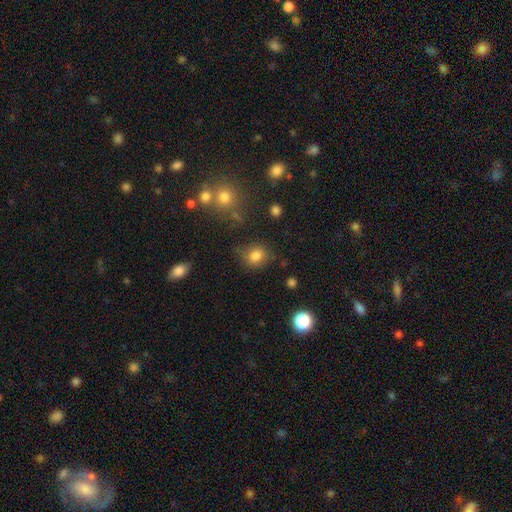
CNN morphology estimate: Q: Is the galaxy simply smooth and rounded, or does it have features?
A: smooth — 81%.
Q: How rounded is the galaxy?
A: round — 70%.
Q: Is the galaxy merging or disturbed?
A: none — 74%.